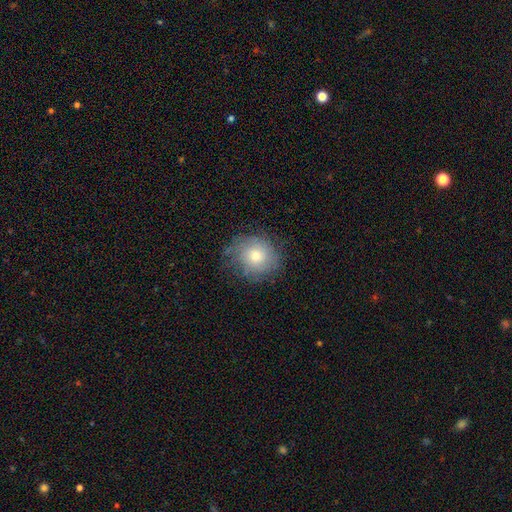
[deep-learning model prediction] A smooth galaxy with no disk features (55%) that is round (84%). Merging: none (73%).